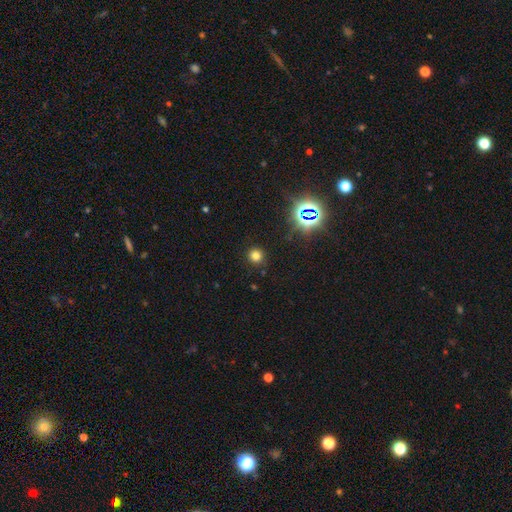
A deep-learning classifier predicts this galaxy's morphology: Overall: smooth (74%). How rounded: round (93%). Merging: none (90%).